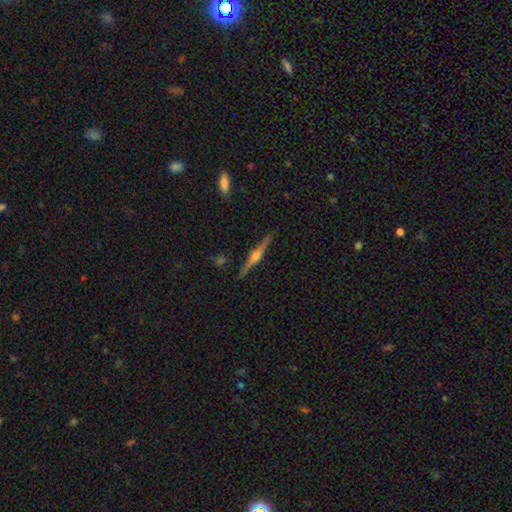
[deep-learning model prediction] featured or disk 81%, smooth 13%, star or artifact 6%. Down the decision tree: edge-on disk — yes (98%); edge-on bulge — rounded (89%); merging — none (90%).